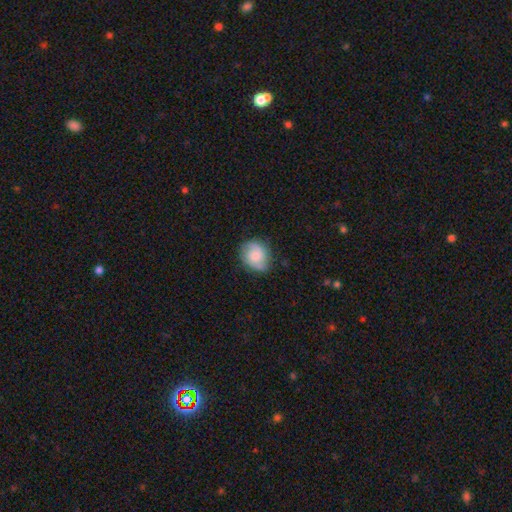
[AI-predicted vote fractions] Overall: smooth (50%; featured or disk 42%). How rounded: round (62%; in between 37%). Merging: none (76%).